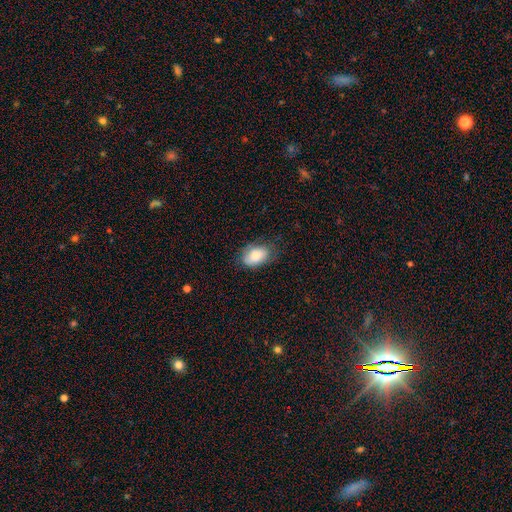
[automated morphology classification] Overall: smooth (76%). How rounded: in between (87%). Merging: none (65%; minor disturbance 26%).